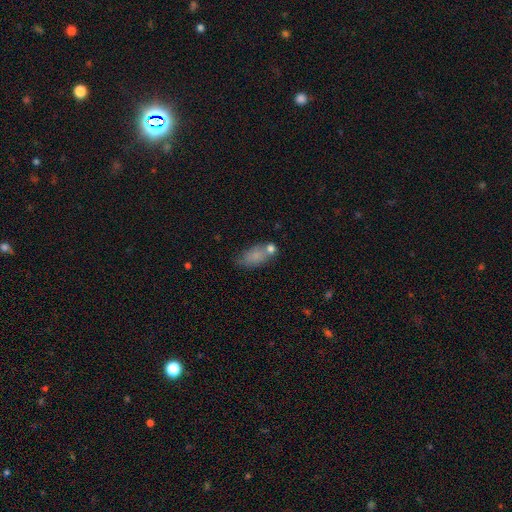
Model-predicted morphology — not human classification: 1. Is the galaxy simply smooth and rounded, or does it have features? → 76% smooth, 13% featured or disk, 10% star or artifact.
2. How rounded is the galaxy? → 86% in between, 8% round, 6% cigar-shaped.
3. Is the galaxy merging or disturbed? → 45% none, 22% minor disturbance, 22% merger, 11% major disturbance.